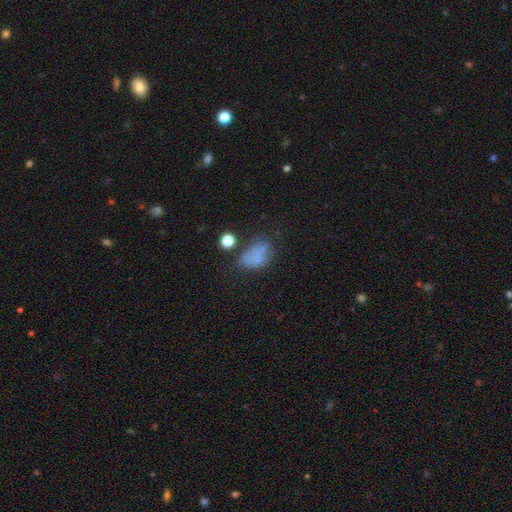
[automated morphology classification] This appears to be a smooth galaxy with no disk features (60%) that is in between round and cigar-shaped (80%). Merging: none (36%).